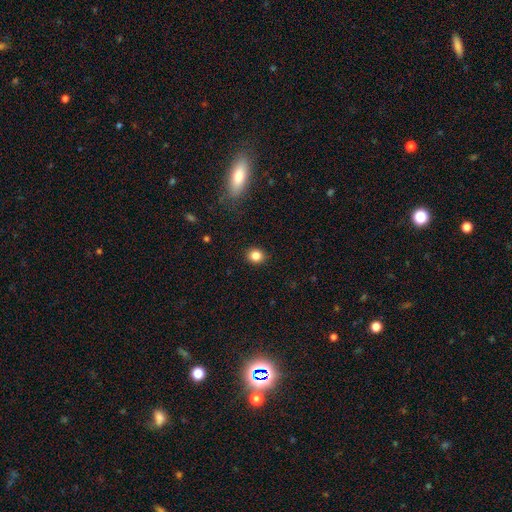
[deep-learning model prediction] smooth-or-featured: smooth: 84% | star or artifact: 11% | featured or disk: 5%
  how-rounded: round: 80% | in between: 19% | cigar-shaped: 1%
  merging: none: 90% | minor disturbance: 7% | major disturbance: 2% | merger: 1%